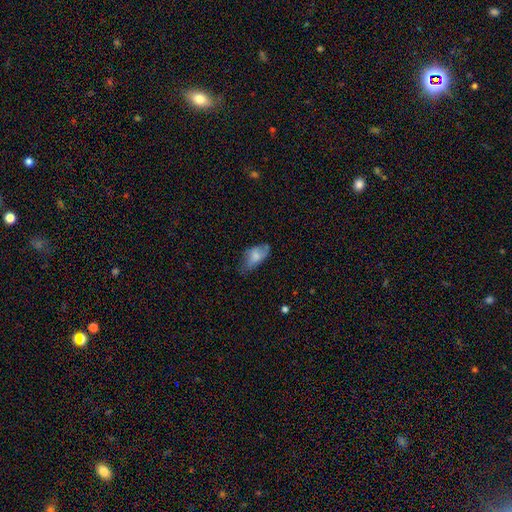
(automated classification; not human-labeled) Smooth or featured?
  - smooth: 71% *
  - featured or disk: 21%
  - star or artifact: 8%
How rounded?
  - in between: 91% *
  - cigar-shaped: 5%
  - round: 4%
Merging?
  - none: 42% *
  - minor disturbance: 38%
  - major disturbance: 18%
  - merger: 2%